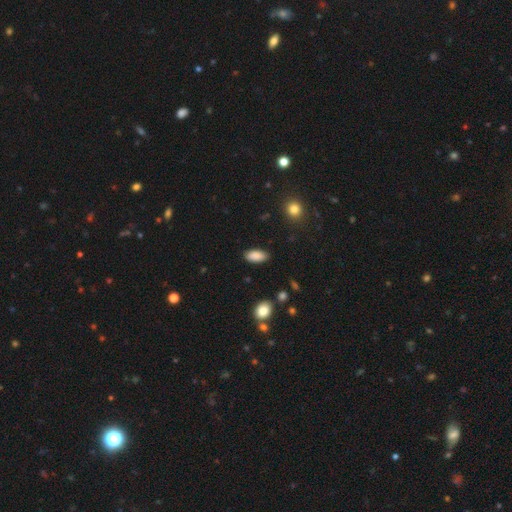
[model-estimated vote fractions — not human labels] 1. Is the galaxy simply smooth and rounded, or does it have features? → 88% smooth, 7% star or artifact, 5% featured or disk.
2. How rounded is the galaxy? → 91% in between, 7% cigar-shaped, 2% round.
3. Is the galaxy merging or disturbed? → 86% none, 10% minor disturbance, 2% major disturbance, 1% merger.